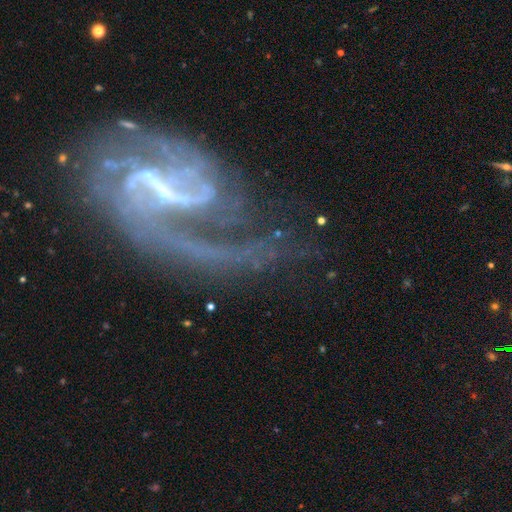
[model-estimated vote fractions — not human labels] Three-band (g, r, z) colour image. It shows a featured or disk galaxy (89%) with a strong bar (47%), 2 (64%) medium (47%) spiral arms (96%) and a small central bulge (49%). Merging: none (53%).